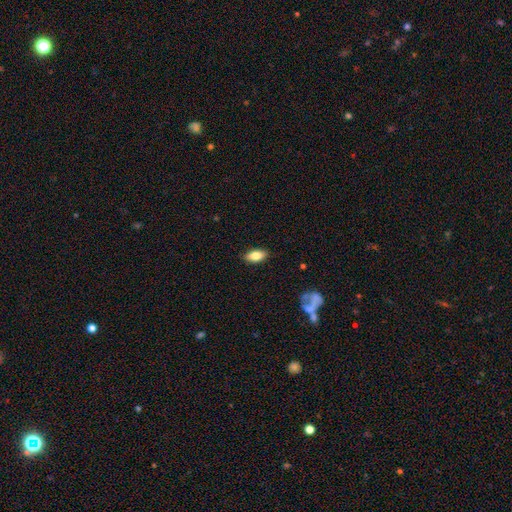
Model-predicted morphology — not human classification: Overall: smooth (81%). How rounded: in between (90%). Merging: none (87%).